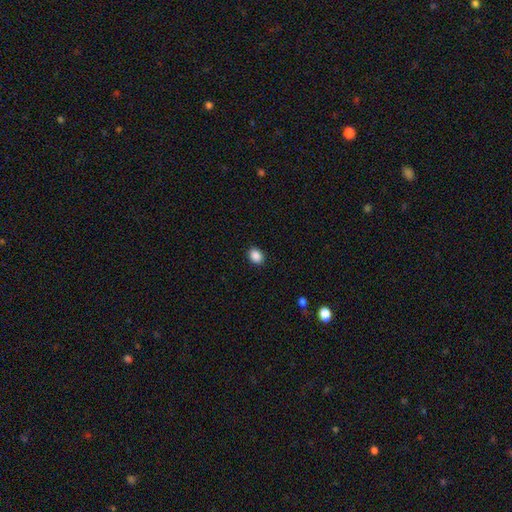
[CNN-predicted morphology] The model was most divided on "how rounded": in between: 63%, round: 36%, cigar-shaped: 1%. More confident: merging — none (91%); smooth or featured — smooth (89%).